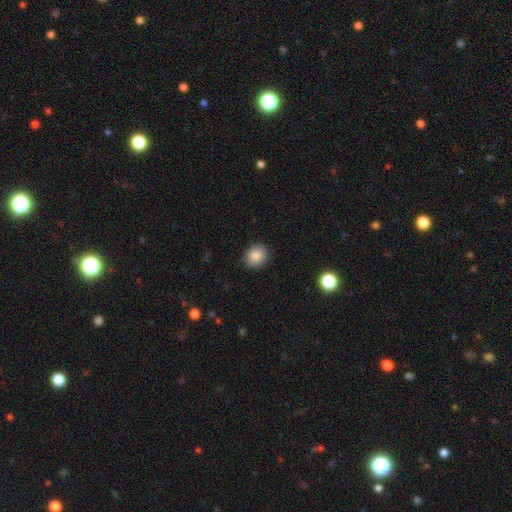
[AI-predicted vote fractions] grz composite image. It shows a smooth galaxy with no disk features (87%) that is round (67%). Merging: none (89%).